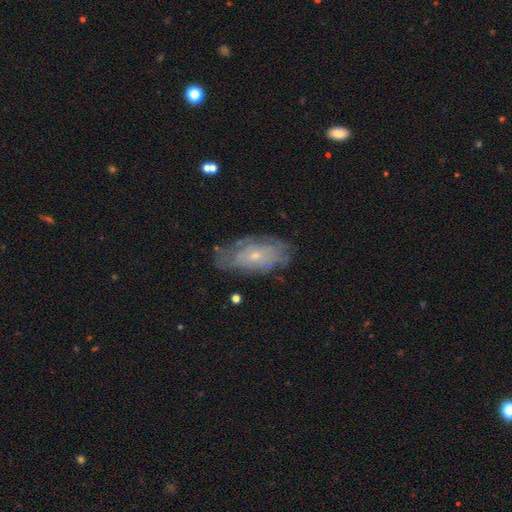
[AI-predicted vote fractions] Smooth or featured: featured or disk — 58% (smooth — 34%)
Edge-on disk: no — 90% (yes — 10%)
Bar: no — 83% (weak — 14%)
Spiral arms: yes — 57% (no — 43%)
Bulge size: small — 72% (moderate — 24%)
Merging: none — 66% (minor disturbance — 23%)